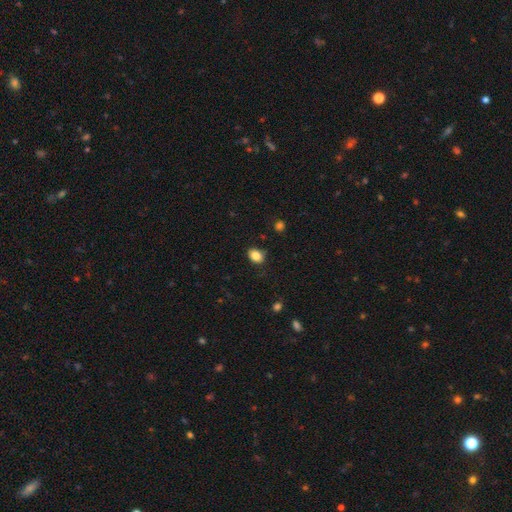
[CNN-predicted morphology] Smooth or featured? smooth (85%)
How rounded? in between (70%)
Merging? none (83%)